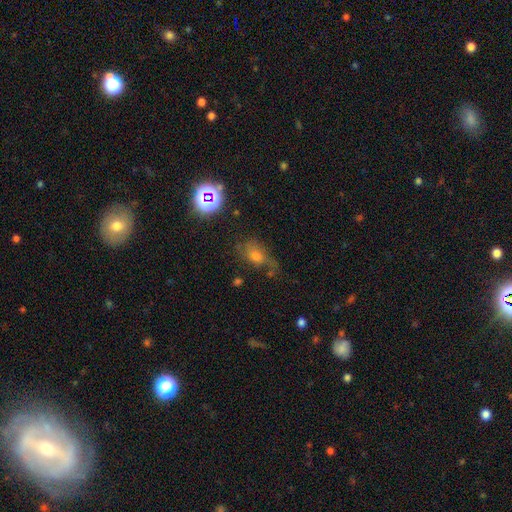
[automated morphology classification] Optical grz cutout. It shows a smooth galaxy with no disk features (49%). Merging: none (46%).